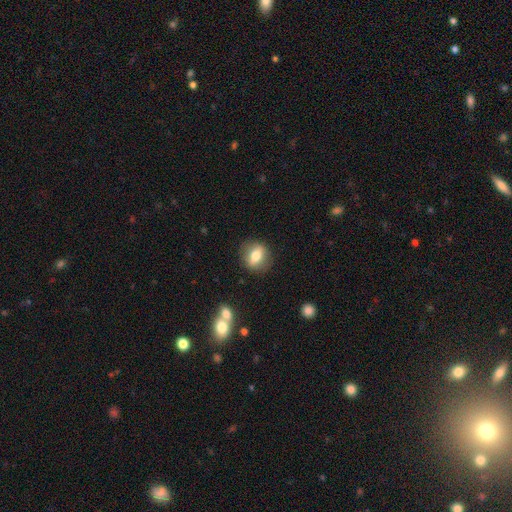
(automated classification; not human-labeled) Q: Smooth or featured?
A: smooth (68%); runner-up: featured or disk (25%)
Q: How rounded?
A: round (50%); runner-up: in between (47%)
Q: Merging?
A: none (85%); runner-up: minor disturbance (10%)